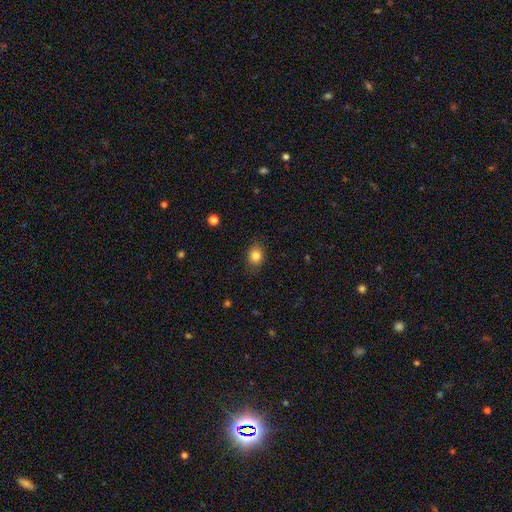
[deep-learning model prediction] Morphology: type=smooth (83%); roundness=in between (50%); merging=none (86%).